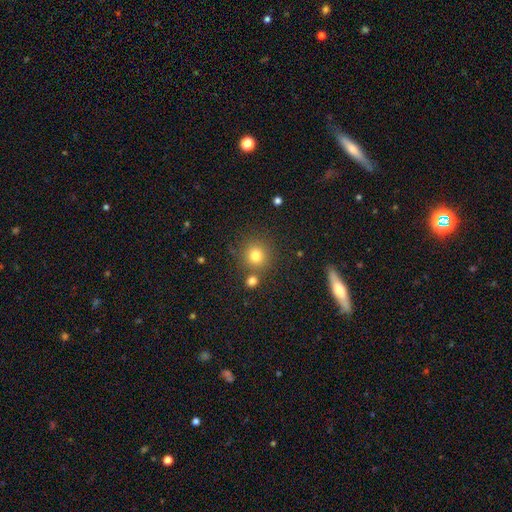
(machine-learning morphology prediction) smooth-or-featured: smooth: 79% | star or artifact: 14% | featured or disk: 8%
  how-rounded: round: 92% | in between: 7% | cigar-shaped: 1%
  merging: none: 77% | merger: 11% | minor disturbance: 9% | major disturbance: 3%